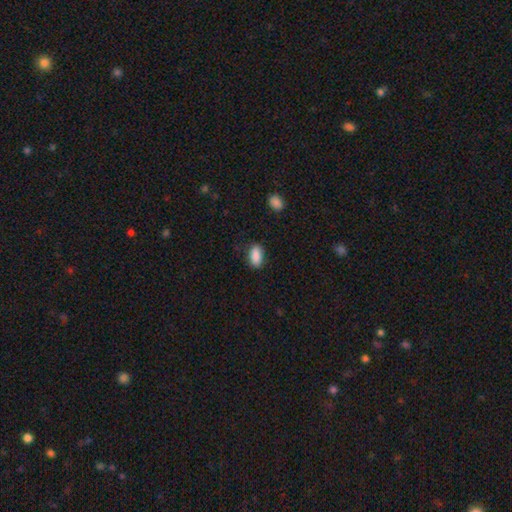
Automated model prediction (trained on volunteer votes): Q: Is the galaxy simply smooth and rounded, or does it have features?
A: smooth — 88%.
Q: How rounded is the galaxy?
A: in between — 89%.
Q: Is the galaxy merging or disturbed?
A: none — 84%.